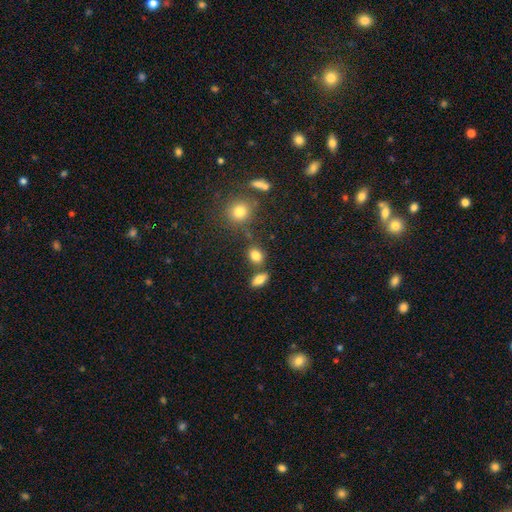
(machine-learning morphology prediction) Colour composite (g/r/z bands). It shows a smooth galaxy with no disk features (82%) that is in between round and cigar-shaped (64%). Merging: none (69%).